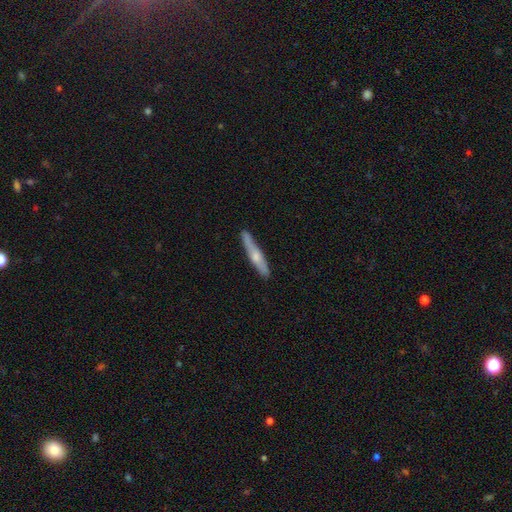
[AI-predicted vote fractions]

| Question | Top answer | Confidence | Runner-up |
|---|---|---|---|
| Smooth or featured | featured or disk | 48% | smooth (47%) |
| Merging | none | 85% | minor disturbance (11%) |